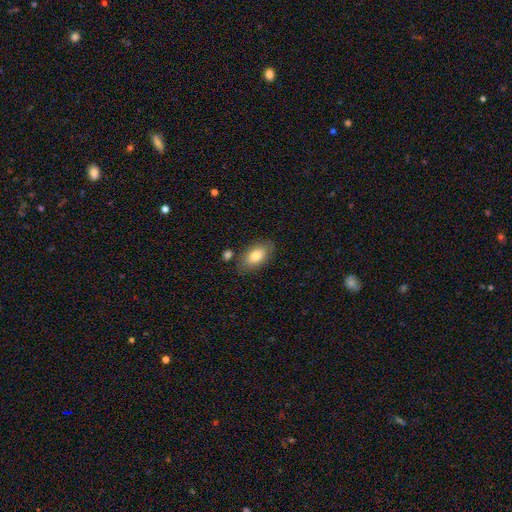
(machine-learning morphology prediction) Smooth or featured? Predicted: smooth (p=0.79). How rounded? Predicted: in between (p=0.92). Merging? Predicted: none (p=0.77).